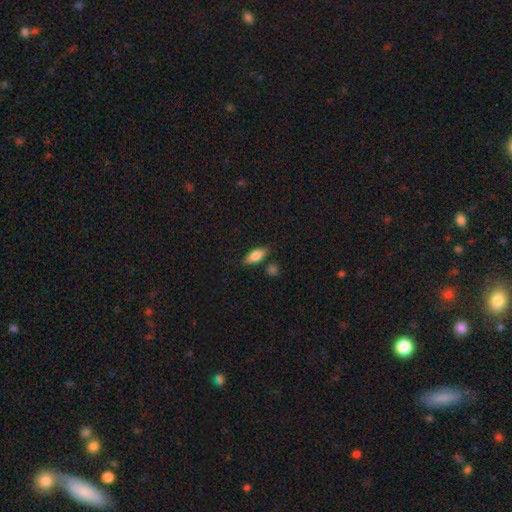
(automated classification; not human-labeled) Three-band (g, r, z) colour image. It shows a smooth galaxy with no disk features (77%) that is in between round and cigar-shaped (76%). Merging: none (79%).